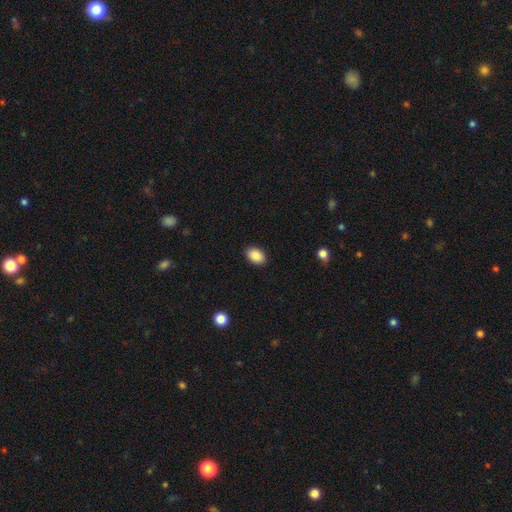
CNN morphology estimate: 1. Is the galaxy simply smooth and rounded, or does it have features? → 89% smooth, 7% star or artifact, 3% featured or disk.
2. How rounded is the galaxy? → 87% in between, 12% round, 1% cigar-shaped.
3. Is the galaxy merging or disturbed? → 90% none, 8% minor disturbance, 2% major disturbance, 1% merger.